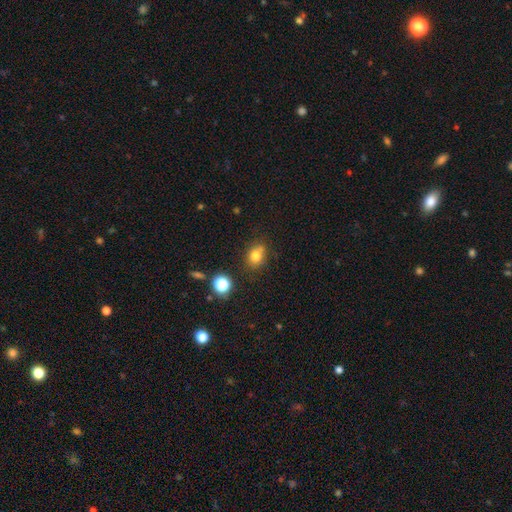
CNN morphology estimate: The model was most divided on "how rounded": round: 53%, in between: 45%, cigar-shaped: 1%. More confident: smooth or featured — smooth (78%); merging — none (68%).